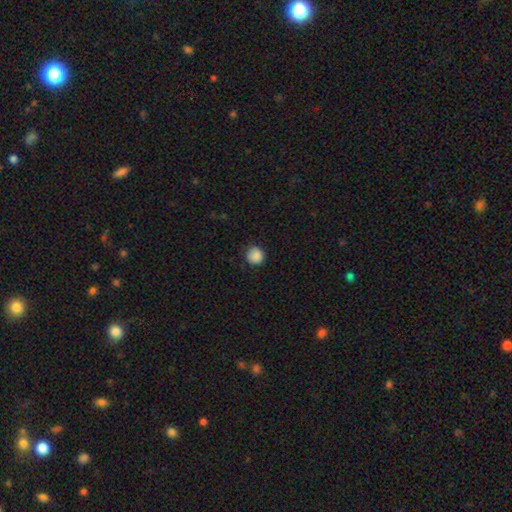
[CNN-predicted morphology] smooth-or-featured: smooth: 88% | star or artifact: 9% | featured or disk: 3%
  how-rounded: round: 91% | in between: 8% | cigar-shaped: 1%
  merging: none: 85% | minor disturbance: 11% | major disturbance: 3% | merger: 1%